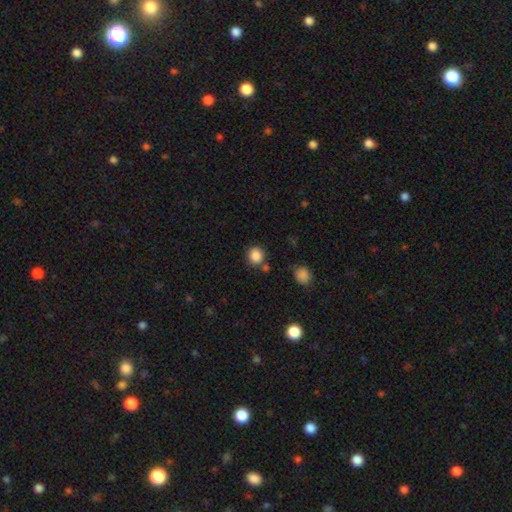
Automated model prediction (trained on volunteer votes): This appears to be a smooth galaxy with no disk features (86%) that is round (86%). Merging: none (80%).